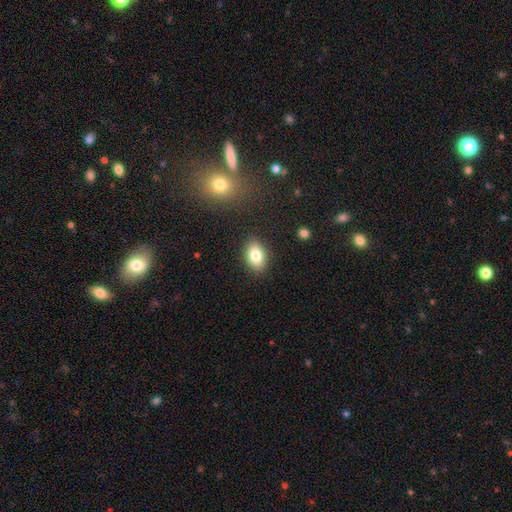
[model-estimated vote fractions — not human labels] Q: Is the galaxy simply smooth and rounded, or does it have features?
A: smooth — 81%.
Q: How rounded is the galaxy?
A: in between — 84%.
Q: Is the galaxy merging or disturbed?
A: none — 87%.